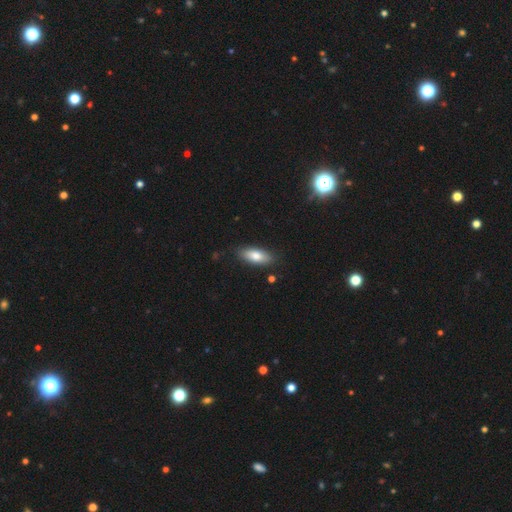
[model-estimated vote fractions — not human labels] smooth_or_featured: smooth (p=0.77) [alt: featured or disk p=0.16]
how_rounded: in between (p=0.81) [alt: cigar-shaped p=0.17]
merging: none (p=0.86) [alt: minor disturbance p=0.11]